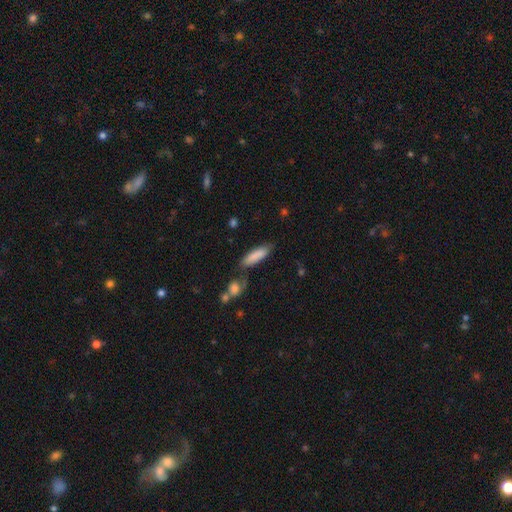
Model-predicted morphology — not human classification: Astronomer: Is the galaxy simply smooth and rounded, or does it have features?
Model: smooth — 83%.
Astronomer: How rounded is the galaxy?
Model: cigar-shaped — 58% (runner-up: in between, 40%).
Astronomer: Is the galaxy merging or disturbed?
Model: none — 66%.